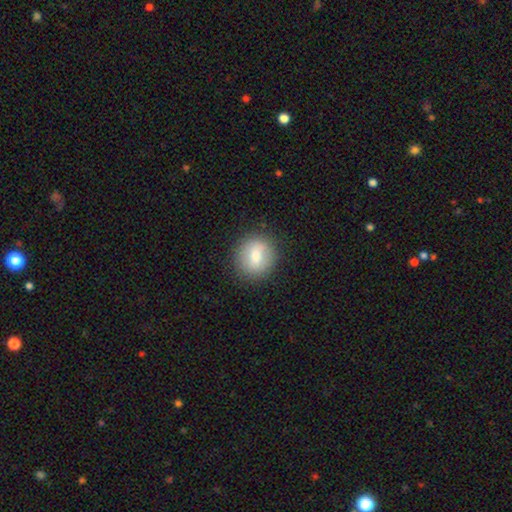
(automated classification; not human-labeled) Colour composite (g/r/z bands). It shows a smooth galaxy with no disk features (74%) that is round (80%). Merging: none (83%).